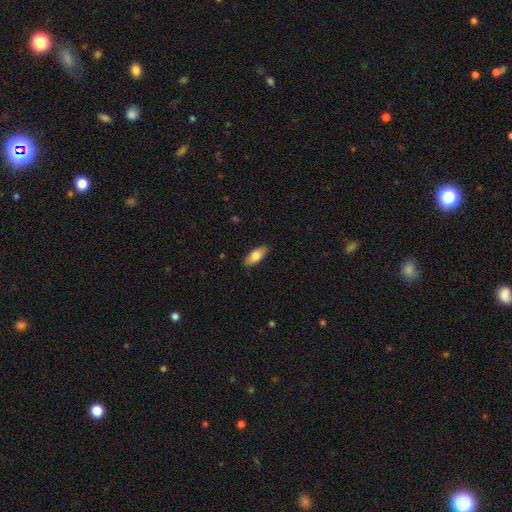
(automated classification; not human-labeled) Smooth or featured?
  - smooth: 76% *
  - featured or disk: 18%
  - star or artifact: 6%
How rounded?
  - in between: 83% *
  - cigar-shaped: 14%
  - round: 3%
Merging?
  - none: 88% *
  - minor disturbance: 9%
  - major disturbance: 2%
  - merger: 1%